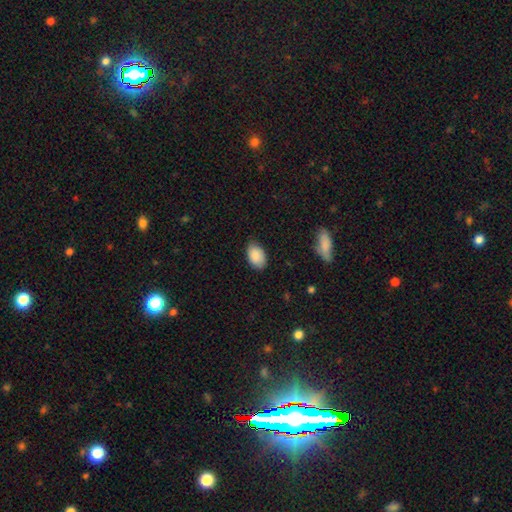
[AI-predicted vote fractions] smooth_or_featured: smooth (p=0.88) [alt: star or artifact p=0.07]
how_rounded: in between (p=0.90) [alt: round p=0.09]
merging: none (p=0.80) [alt: minor disturbance p=0.16]